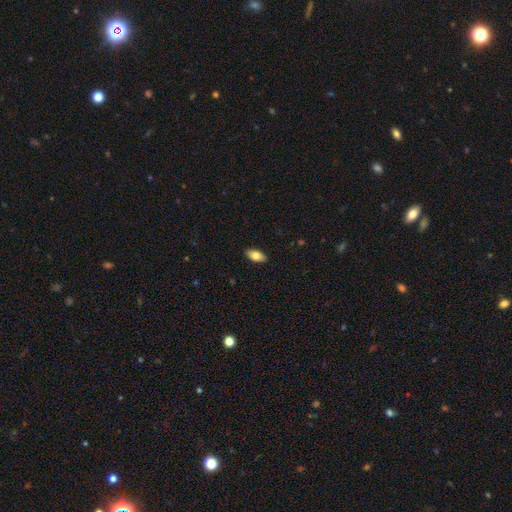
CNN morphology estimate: A smooth galaxy with no disk features (77%) that is in between round and cigar-shaped (90%).

Vote fractions:
- Smooth or featured? smooth: 77% / featured or disk: 16% / star or artifact: 7%
- How rounded? in between: 90% / cigar-shaped: 7% / round: 3%
- Merging? none: 89% / minor disturbance: 8% / major disturbance: 2% / merger: 1%